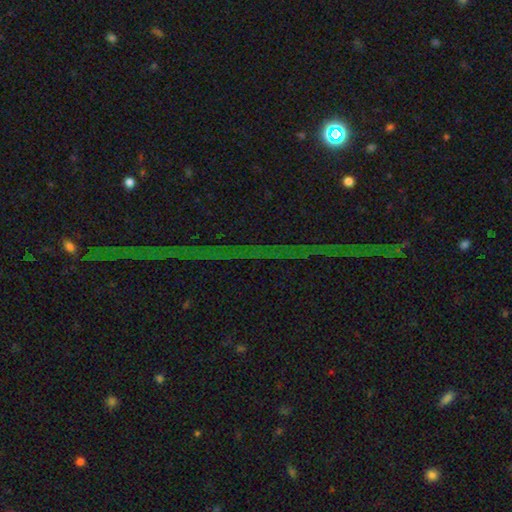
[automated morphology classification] A star or artifact, not a galaxy (79%).

Vote fractions:
- Smooth or featured? star or artifact: 79% / featured or disk: 13% / smooth: 8%